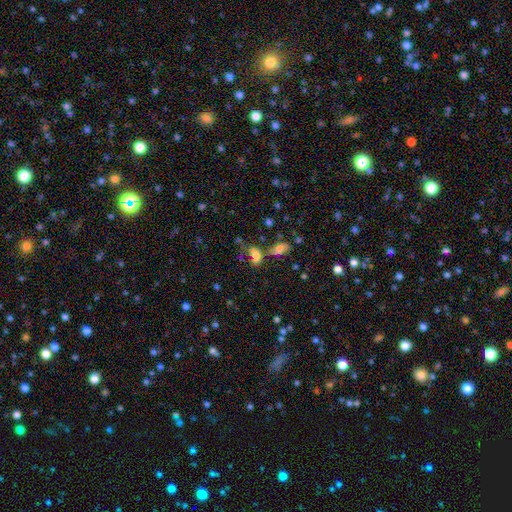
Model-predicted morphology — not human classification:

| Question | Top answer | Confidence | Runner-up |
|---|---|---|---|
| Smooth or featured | smooth | 72% | featured or disk (14%) |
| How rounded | in between | 84% | round (12%) |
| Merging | none | 37% | merger (35%) |